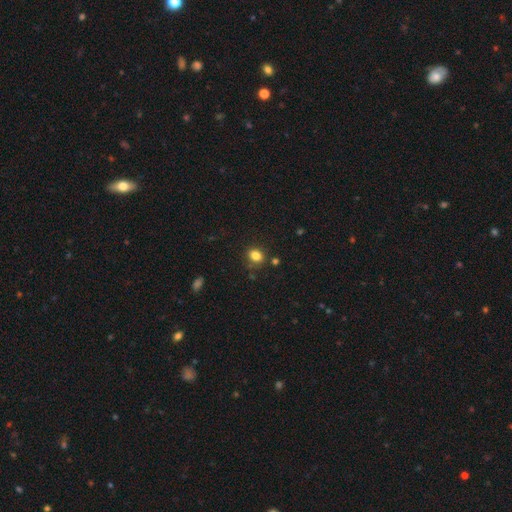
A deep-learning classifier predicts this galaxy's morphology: This appears to be a smooth galaxy with no disk features (83%) that is in between round and cigar-shaped (52%). Merging: none (81%).